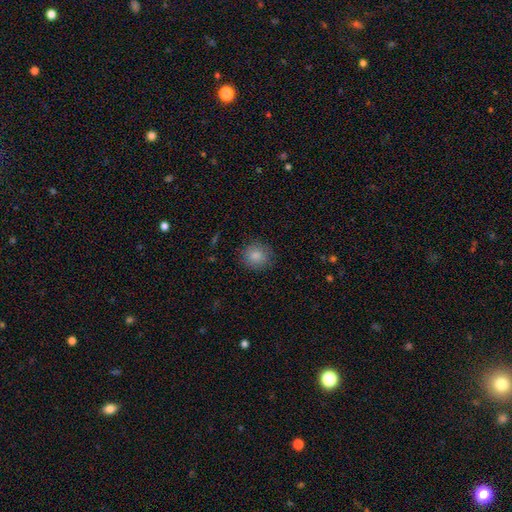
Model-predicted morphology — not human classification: Smooth or featured? smooth (85%)
How rounded? round (91%)
Merging? none (85%)